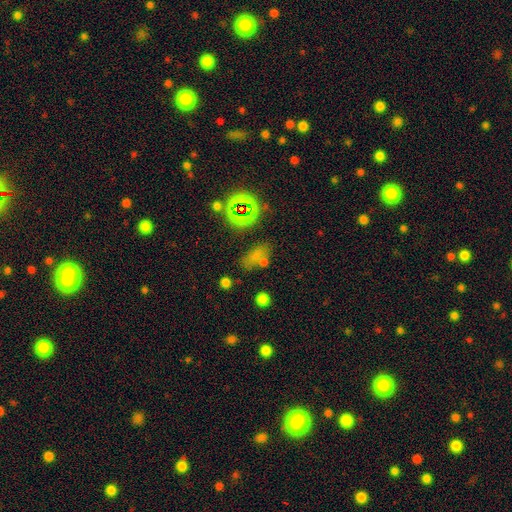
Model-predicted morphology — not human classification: The model was most divided on "smooth or featured": smooth: 59%, star or artifact: 30%, featured or disk: 11%. More confident: how rounded — in between (72%); merging — none (63%).